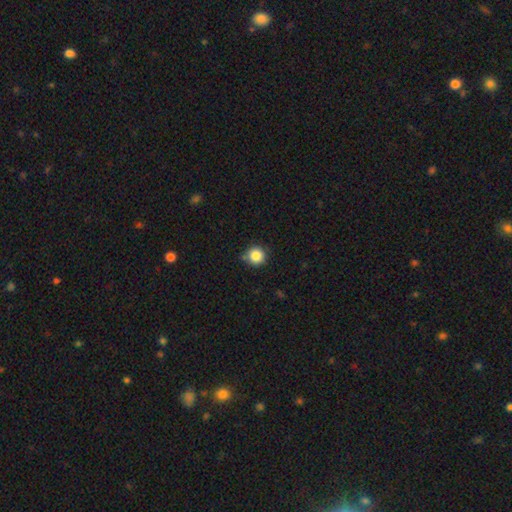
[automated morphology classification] Q: Smooth or featured?
A: smooth (85%); runner-up: star or artifact (10%)
Q: How rounded?
A: round (94%); runner-up: in between (5%)
Q: Merging?
A: none (78%); runner-up: minor disturbance (15%)